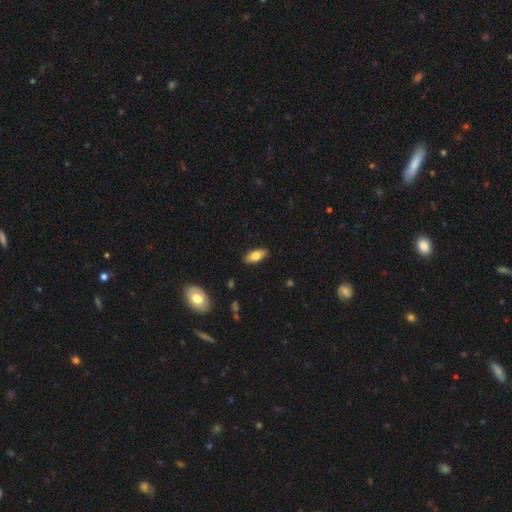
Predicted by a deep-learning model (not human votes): Overall: smooth (75%). How rounded: in between (82%). Merging: none (88%).